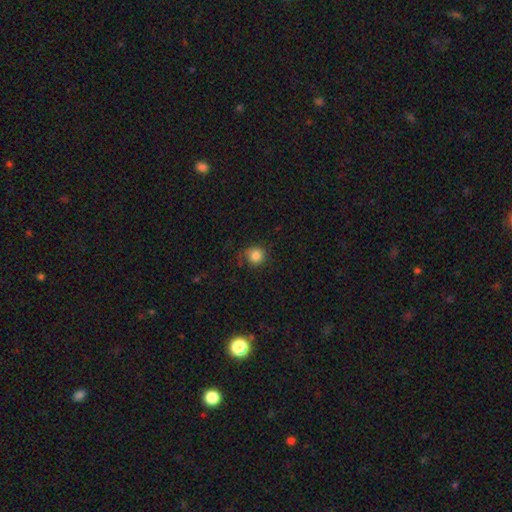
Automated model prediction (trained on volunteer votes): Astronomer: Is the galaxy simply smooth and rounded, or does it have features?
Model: smooth — 84%.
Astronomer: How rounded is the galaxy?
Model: round — 91%.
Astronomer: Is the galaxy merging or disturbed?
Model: none — 75%.